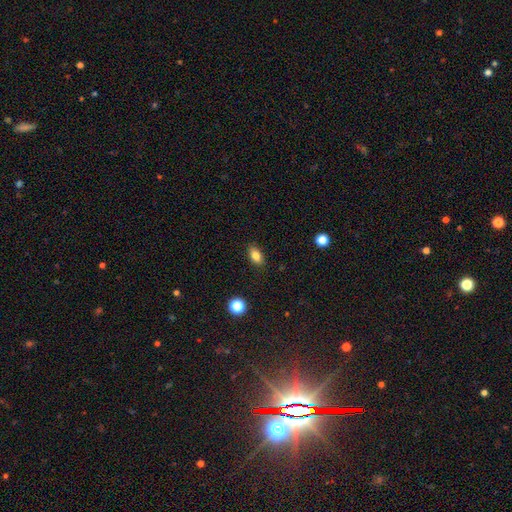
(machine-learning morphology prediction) This appears to be a smooth galaxy with no disk features (82%) that is in between round and cigar-shaped (86%). Merging: none (87%).